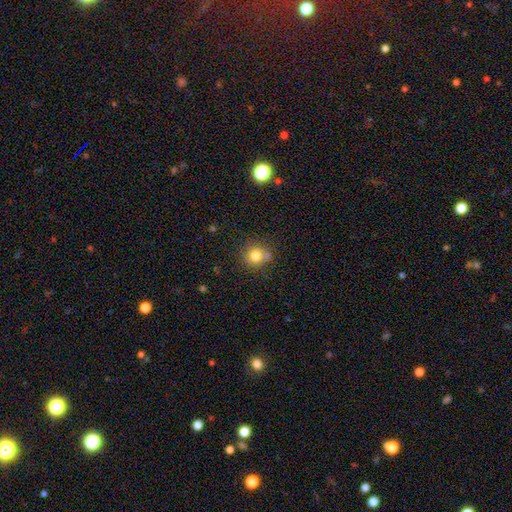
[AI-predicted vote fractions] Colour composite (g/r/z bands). It shows a smooth galaxy with no disk features (79%) that is round (89%). Merging: none (67%).